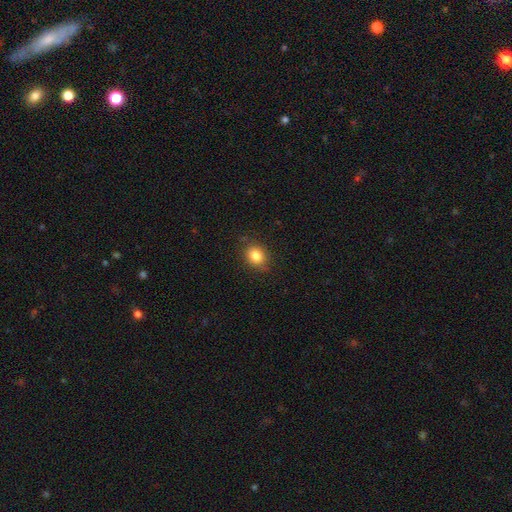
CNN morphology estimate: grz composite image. It shows a smooth galaxy with no disk features (84%) that is round (51%). Merging: none (84%).